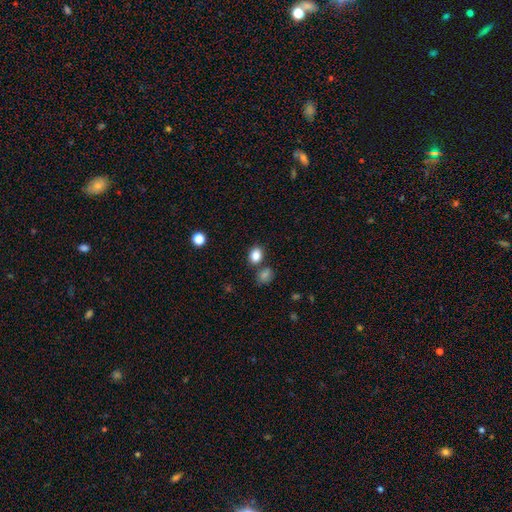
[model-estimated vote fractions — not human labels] smooth-or-featured: smooth: 85% | star or artifact: 10% | featured or disk: 5%
  how-rounded: in between: 61% | round: 38% | cigar-shaped: 1%
  merging: none: 72% | merger: 13% | minor disturbance: 12% | major disturbance: 3%